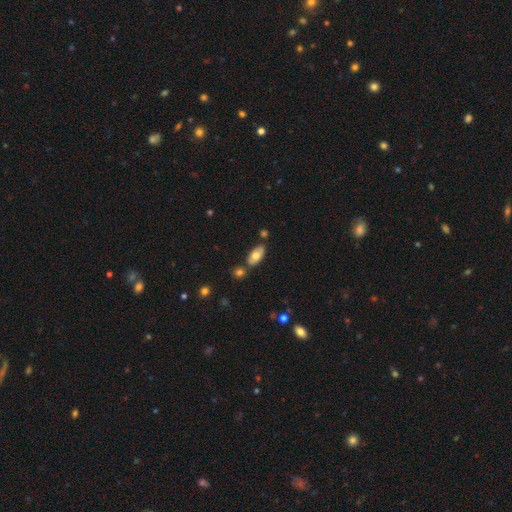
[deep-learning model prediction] Smooth or featured? Predicted: smooth (p=0.69). How rounded? Predicted: in between (p=0.90). Merging? Predicted: none (p=0.72).